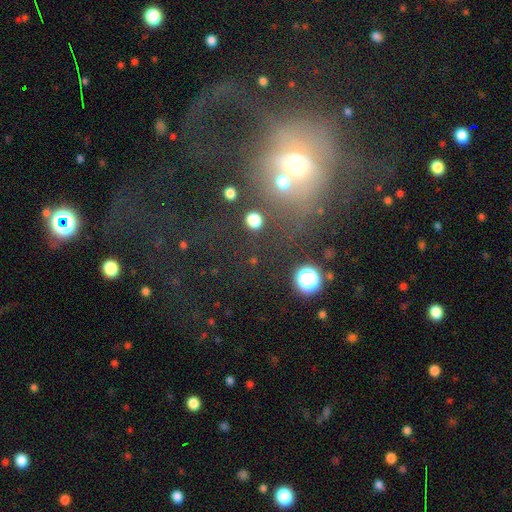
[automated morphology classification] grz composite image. It shows a star or artifact, not a galaxy (37%).